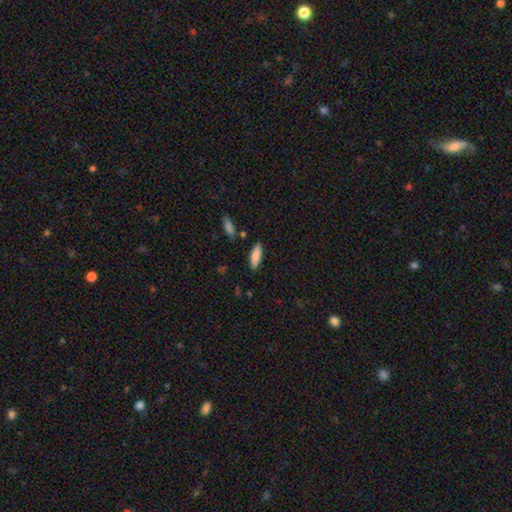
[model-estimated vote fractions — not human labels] A smooth galaxy with no disk features (85%) that is in between round and cigar-shaped (60%).

Vote fractions:
- Smooth or featured? smooth: 85% / featured or disk: 8% / star or artifact: 7%
- How rounded? in between: 60% / cigar-shaped: 38% / round: 2%
- Merging? none: 85% / minor disturbance: 10% / merger: 3% / major disturbance: 2%